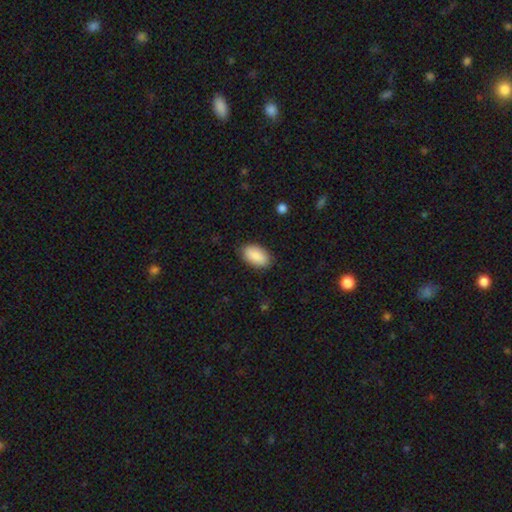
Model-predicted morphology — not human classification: smooth-or-featured: smooth: 88% | star or artifact: 6% | featured or disk: 6%
  how-rounded: in between: 94% | round: 4% | cigar-shaped: 2%
  merging: none: 85% | minor disturbance: 11% | major disturbance: 3% | merger: 1%